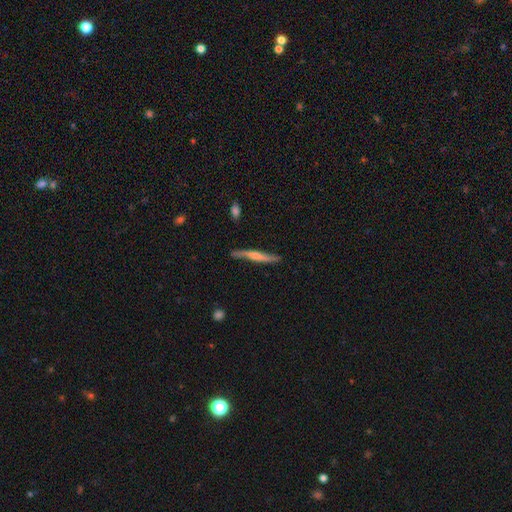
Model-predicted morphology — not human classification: The model was most divided on "smooth or featured": featured or disk: 62%, smooth: 32%, star or artifact: 6%. More confident: edge-on disk — yes (79%); merging — none (76%).